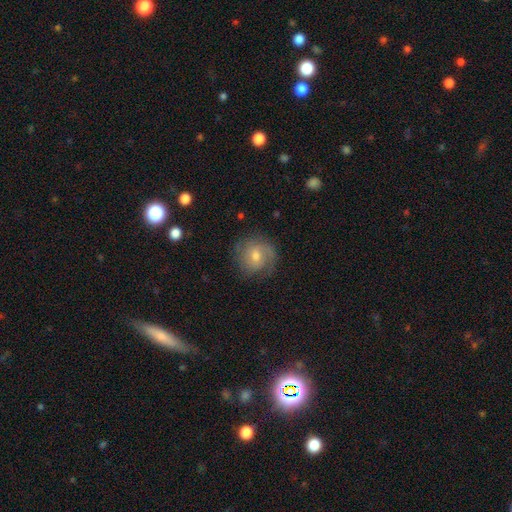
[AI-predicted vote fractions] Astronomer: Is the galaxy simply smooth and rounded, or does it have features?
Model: featured or disk — 56% (runner-up: smooth, 36%).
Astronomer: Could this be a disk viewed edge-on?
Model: no — 97%.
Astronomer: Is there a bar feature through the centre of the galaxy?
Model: no — 64%.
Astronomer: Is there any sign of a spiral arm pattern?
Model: yes — 85%.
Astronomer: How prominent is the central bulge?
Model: moderate — 58% (runner-up: small, 36%).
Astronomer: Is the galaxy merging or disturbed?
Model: none — 74%.